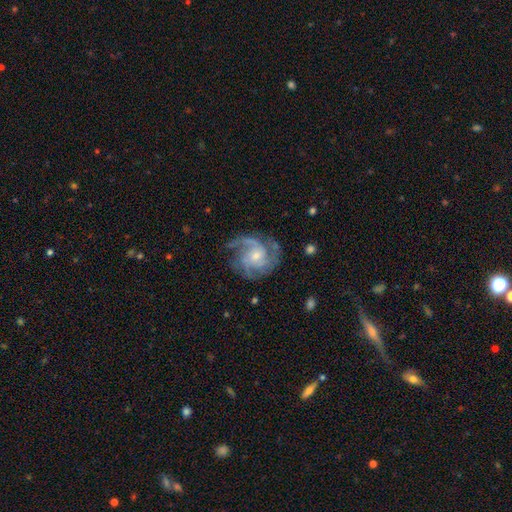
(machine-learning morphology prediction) Q: Smooth or featured?
A: featured or disk (87%); runner-up: smooth (7%)
Q: Edge-on disk?
A: no (98%); runner-up: yes (2%)
Q: Bar?
A: no (63%); runner-up: weak (32%)
Q: Spiral arms?
A: yes (97%); runner-up: no (3%)
Q: Spiral winding?
A: medium (47%); runner-up: tight (40%)
Q: Spiral arm count?
A: 3 (37%); runner-up: can't tell (17%)
Q: Bulge size?
A: small (52%); runner-up: moderate (41%)
Q: Merging?
A: none (70%); runner-up: minor disturbance (17%)